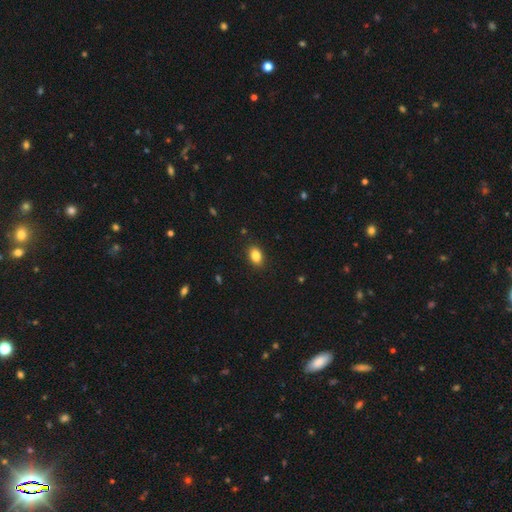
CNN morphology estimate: smooth_or_featured: smooth (p=0.86) [alt: star or artifact p=0.09]
how_rounded: in between (p=0.83) [alt: round p=0.15]
merging: none (p=0.89) [alt: minor disturbance p=0.08]